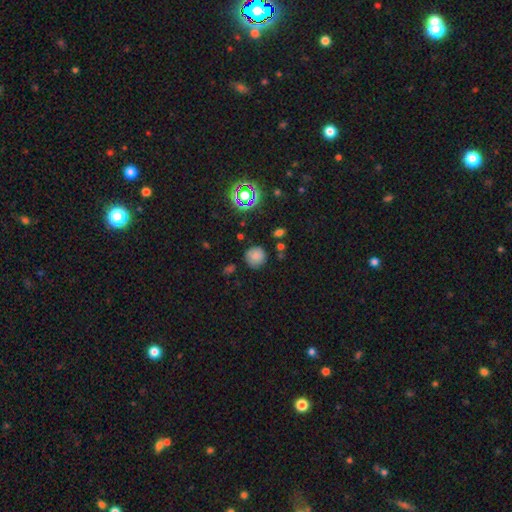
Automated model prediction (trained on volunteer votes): This is likely a smooth galaxy (76%). How rounded: clearly round (92%). Merging: clearly none (81%).